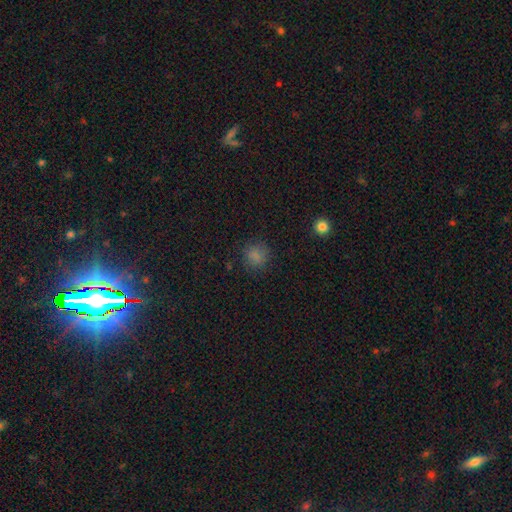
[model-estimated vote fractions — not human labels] This appears to be a smooth galaxy with no disk features (79%) that is round (86%). Merging: none (83%).